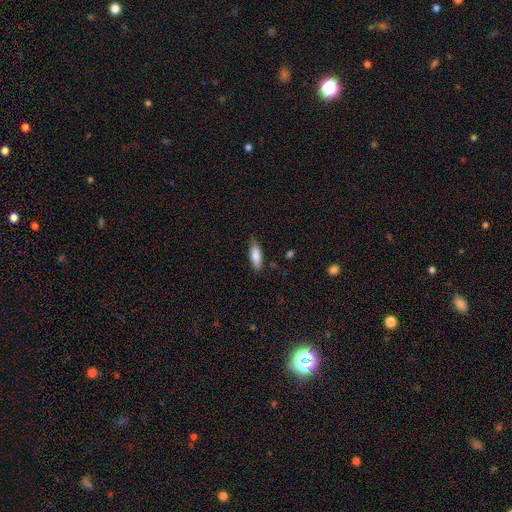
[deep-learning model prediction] Morphology: type=smooth (82%); roundness=in between (58%); merging=none (74%).